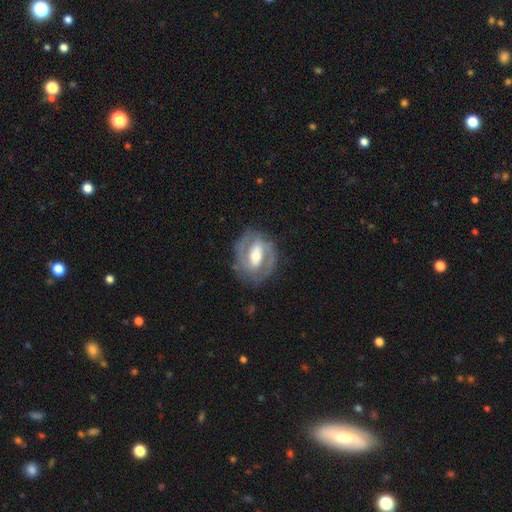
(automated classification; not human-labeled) Overall: featured or disk (81%). Edge-on disk: no (96%). Bar: strong (48%; weak 35%). Spiral arms: yes (83%). Spiral arm count: 2 (83%). Spiral winding: medium (44%, tied with tight). Bulge size: moderate (66%). Merging: none (77%).